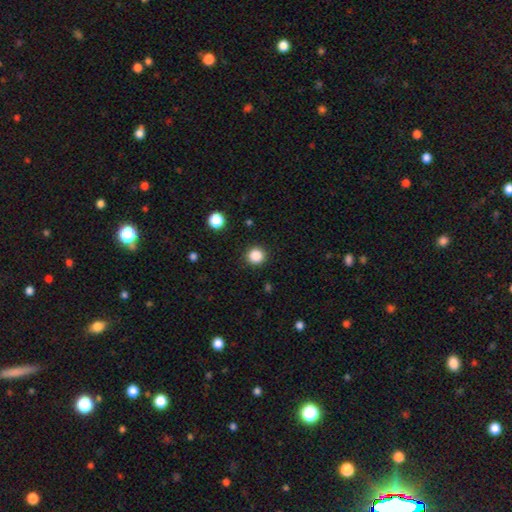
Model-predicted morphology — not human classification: Q: Smooth or featured?
A: smooth (87%); runner-up: star or artifact (11%)
Q: How rounded?
A: round (92%); runner-up: in between (7%)
Q: Merging?
A: none (90%); runner-up: minor disturbance (6%)